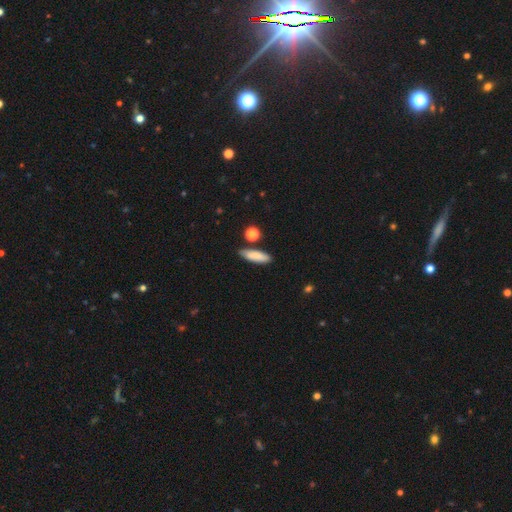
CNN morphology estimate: type=smooth (84%); roundness=cigar-shaped (54%); merging=none (79%).